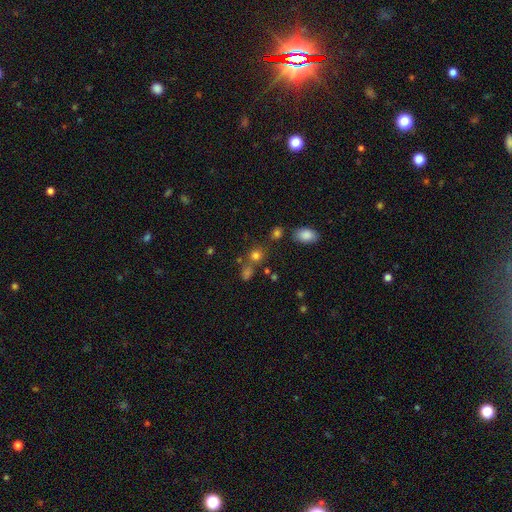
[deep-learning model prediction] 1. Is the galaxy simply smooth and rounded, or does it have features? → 75% smooth, 18% star or artifact, 7% featured or disk.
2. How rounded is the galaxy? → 79% round, 19% in between, 1% cigar-shaped.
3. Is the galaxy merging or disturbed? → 65% none, 18% merger, 11% minor disturbance, 5% major disturbance.